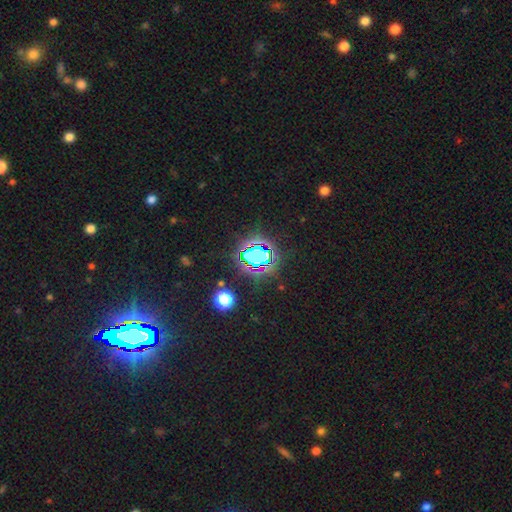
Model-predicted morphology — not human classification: smooth-or-featured: star or artifact: 69% | smooth: 20% | featured or disk: 12%